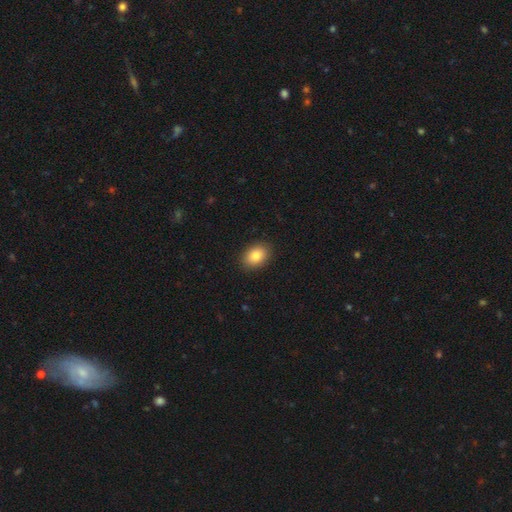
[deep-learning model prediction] Morphology: type=smooth (86%); roundness=in between (75%); merging=none (90%).